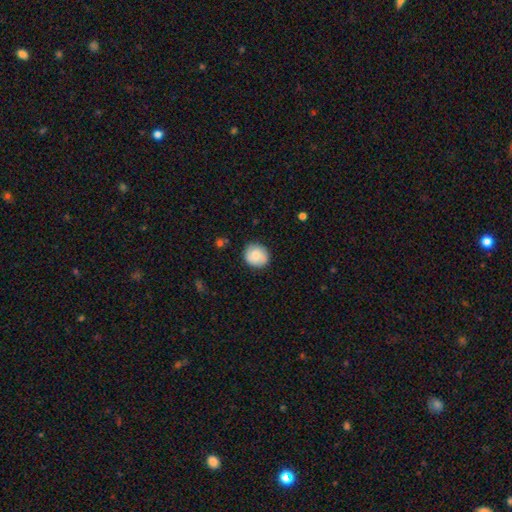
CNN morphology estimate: A smooth galaxy with no disk features (77%) that is round (83%).

Vote fractions:
- Smooth or featured? smooth: 77% / featured or disk: 16% / star or artifact: 7%
- How rounded? round: 83% / in between: 16% / cigar-shaped: 1%
- Merging? none: 83% / minor disturbance: 13% / major disturbance: 3% / merger: 2%